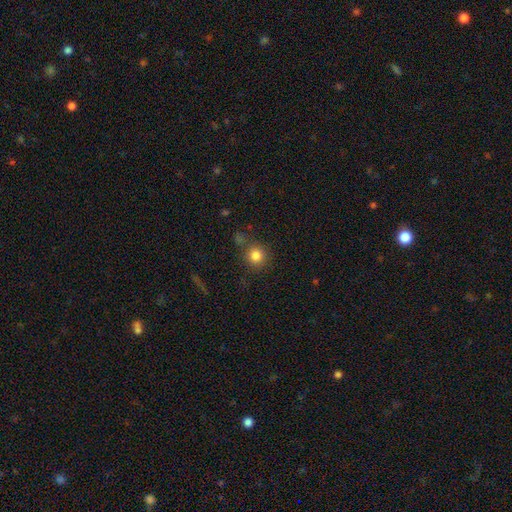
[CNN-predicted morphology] Q: Smooth or featured?
A: smooth (82%); runner-up: star or artifact (11%)
Q: How rounded?
A: round (92%); runner-up: in between (7%)
Q: Merging?
A: none (78%); runner-up: minor disturbance (11%)